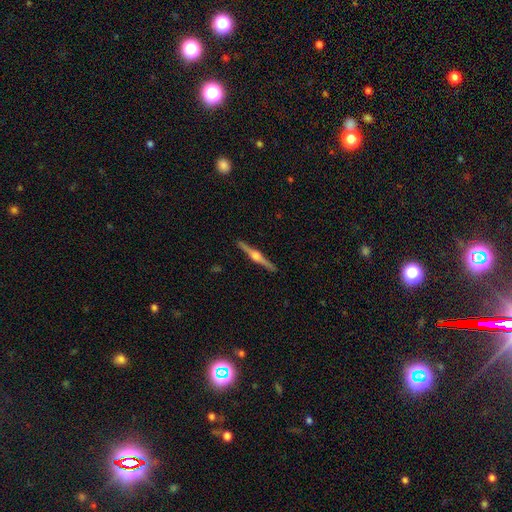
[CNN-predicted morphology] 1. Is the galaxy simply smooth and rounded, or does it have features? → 83% featured or disk, 12% smooth, 5% star or artifact.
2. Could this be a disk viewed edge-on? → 99% yes, 1% no.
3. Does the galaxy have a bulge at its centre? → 92% rounded, 5% boxy, 3% none.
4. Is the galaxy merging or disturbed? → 92% none, 5% minor disturbance, 1% major disturbance, 1% merger.